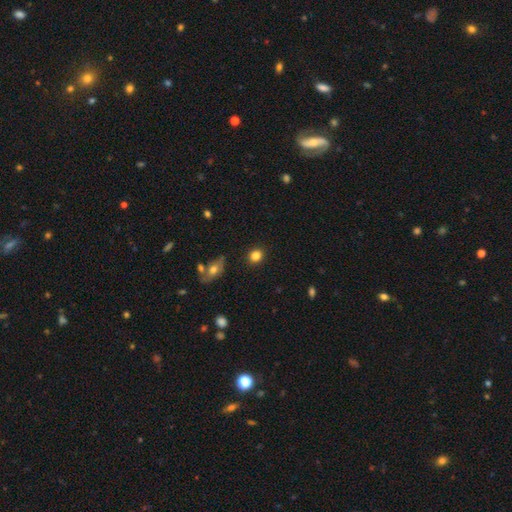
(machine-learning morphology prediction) smooth 83%, star or artifact 11%, featured or disk 6%. Down the decision tree: how rounded — round (69%); merging — none (87%).